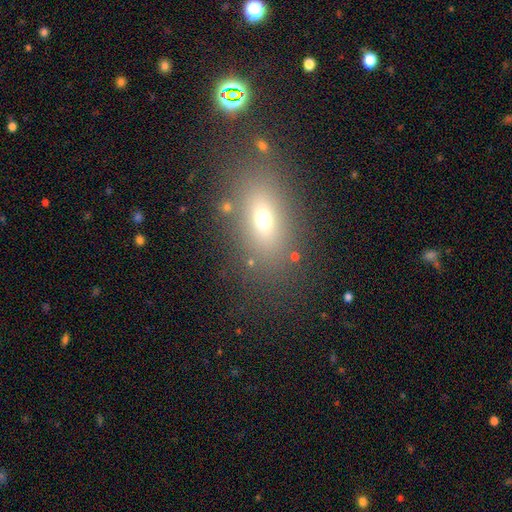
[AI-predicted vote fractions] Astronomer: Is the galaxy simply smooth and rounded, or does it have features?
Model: smooth — 61%.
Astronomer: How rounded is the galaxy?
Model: in between — 76%.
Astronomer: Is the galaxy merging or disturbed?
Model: none — 80%.